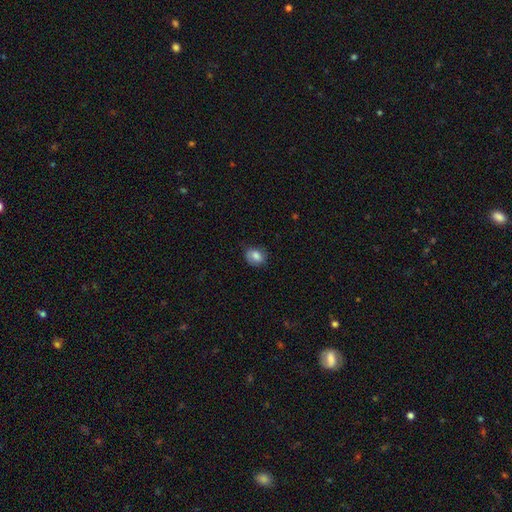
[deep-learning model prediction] A smooth galaxy with no disk features (78%) that is round (50%).

Vote fractions:
- Smooth or featured? smooth: 78% / featured or disk: 13% / star or artifact: 9%
- How rounded? round: 50% / in between: 49% / cigar-shaped: 1%
- Merging? none: 72% / minor disturbance: 21% / major disturbance: 5% / merger: 1%